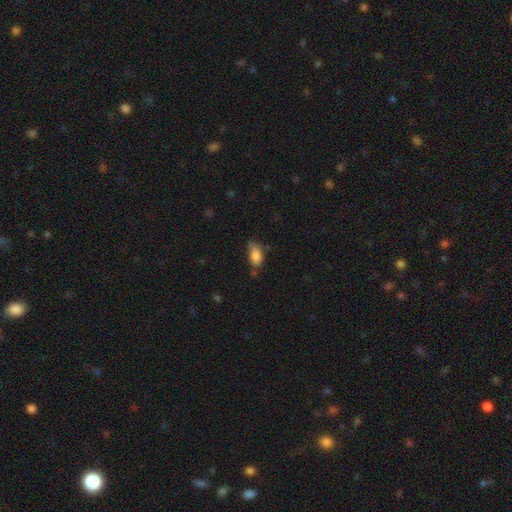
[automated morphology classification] type=smooth (82%); roundness=in between (88%); merging=none (45%).